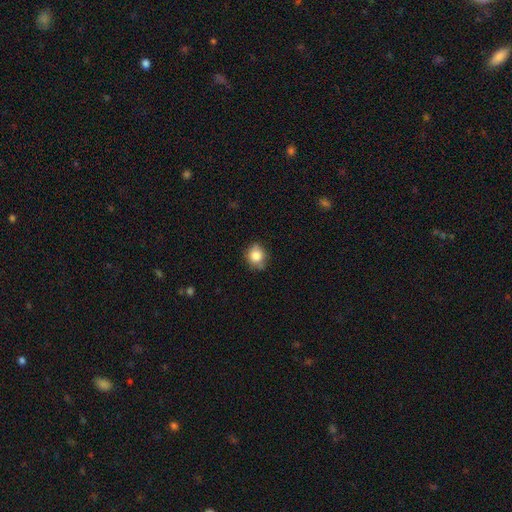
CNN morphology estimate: smooth 82%, star or artifact 10%, featured or disk 8%. Down the decision tree: how rounded — round (75%); merging — none (72%).